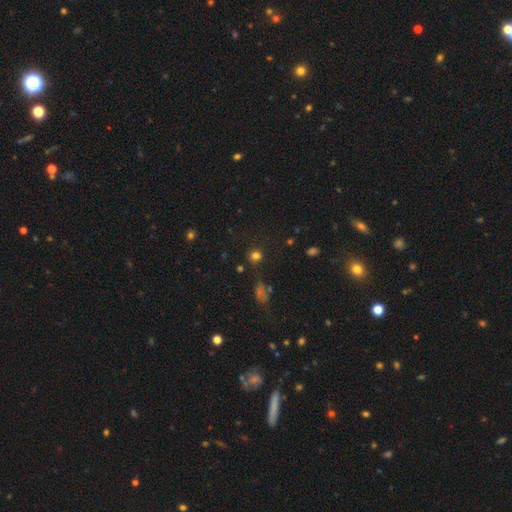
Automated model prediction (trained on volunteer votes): This appears to be a smooth galaxy with no disk features (71%) that is round (89%). Merging: none (78%).